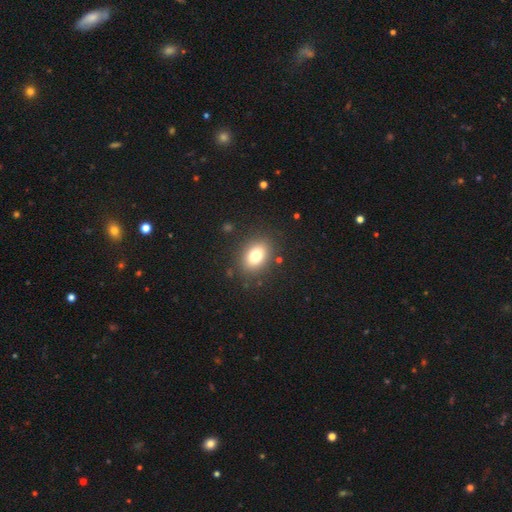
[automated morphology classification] smooth 78%, featured or disk 11%, star or artifact 11%. Down the decision tree: how rounded — in between (71%); merging — none (86%).